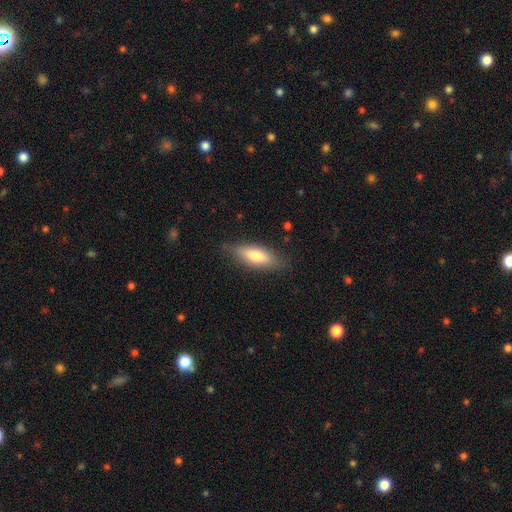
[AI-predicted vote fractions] A smooth galaxy with no disk features (72%) that is in between round and cigar-shaped (59%).

Vote fractions:
- Smooth or featured? smooth: 72% / featured or disk: 22% / star or artifact: 6%
- How rounded? in between: 59% / cigar-shaped: 39% / round: 2%
- Merging? none: 81% / minor disturbance: 15% / major disturbance: 3% / merger: 1%